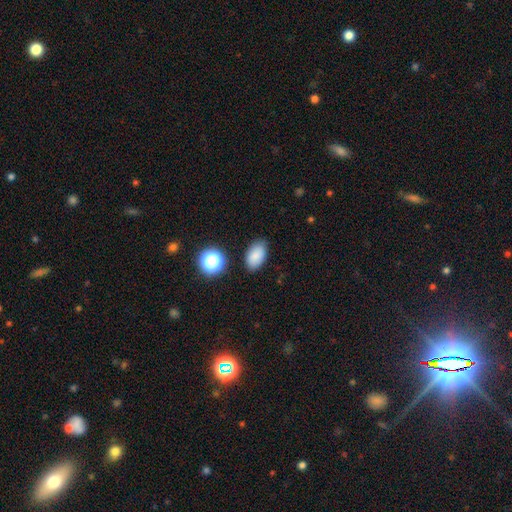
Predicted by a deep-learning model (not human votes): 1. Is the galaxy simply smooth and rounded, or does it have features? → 85% smooth, 10% star or artifact, 5% featured or disk.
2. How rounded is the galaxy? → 91% in between, 7% round, 1% cigar-shaped.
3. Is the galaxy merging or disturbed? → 84% none, 11% minor disturbance, 3% major disturbance, 2% merger.